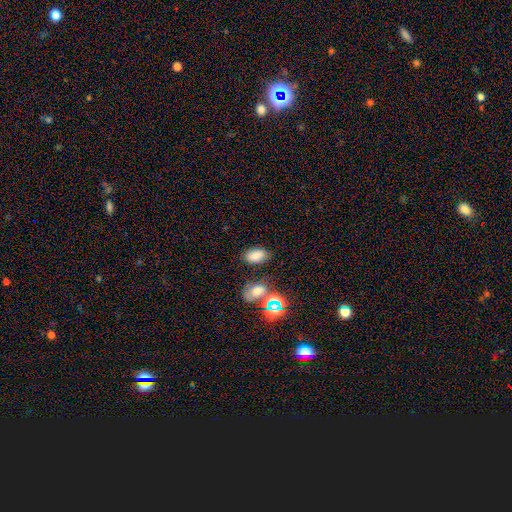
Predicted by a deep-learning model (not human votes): smooth 76%, star or artifact 16%, featured or disk 7%. Down the decision tree: how rounded — in between (91%); merging — none (76%).